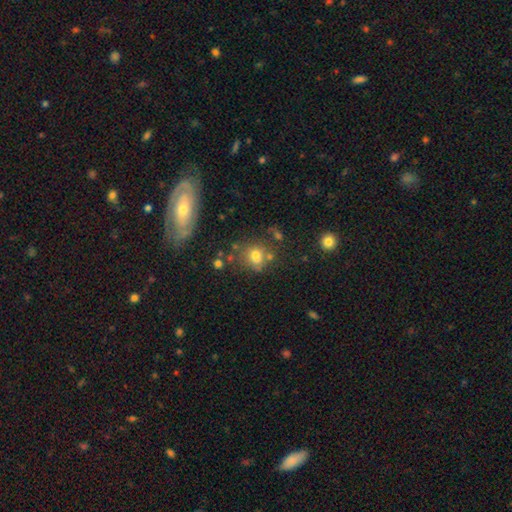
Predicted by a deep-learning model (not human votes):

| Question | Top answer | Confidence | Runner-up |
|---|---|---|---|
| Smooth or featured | smooth | 68% | star or artifact (17%) |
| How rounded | round | 69% | in between (30%) |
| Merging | none | 56% | merger (19%) |